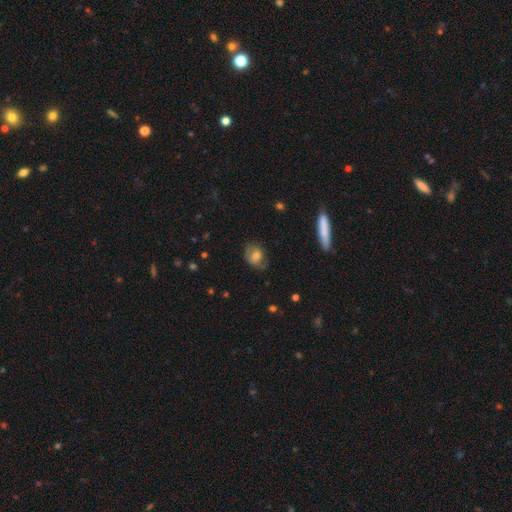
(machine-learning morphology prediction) The model was most divided on "how rounded": in between: 57%, round: 42%, cigar-shaped: 2%. More confident: merging — none (60%); smooth or featured — smooth (60%).